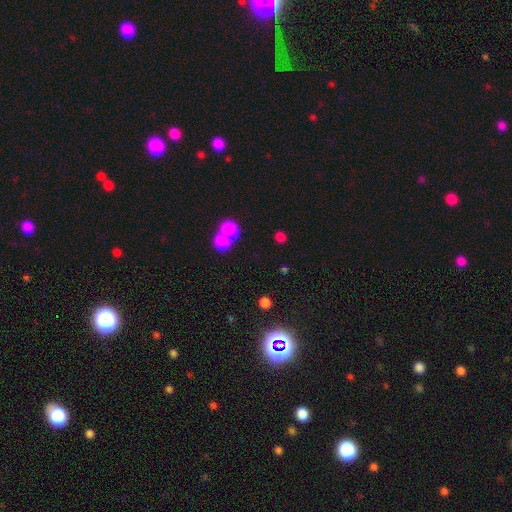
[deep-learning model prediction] A smooth galaxy with no disk features (75%) that is round (69%). Merging: merger (47%).